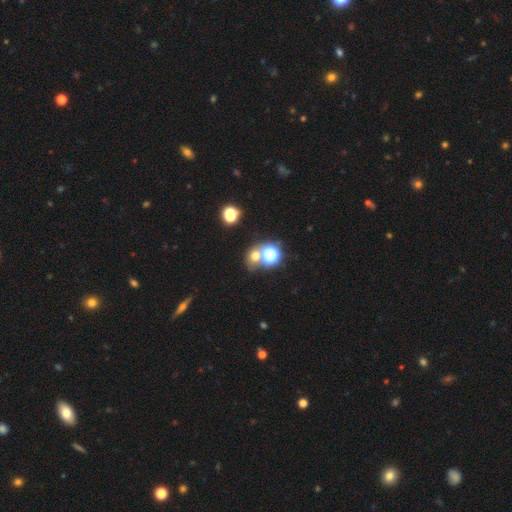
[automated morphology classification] The model was most divided on "smooth or featured": smooth: 57%, star or artifact: 33%, featured or disk: 10%. More confident: how rounded — round (73%); merging — none (56%).